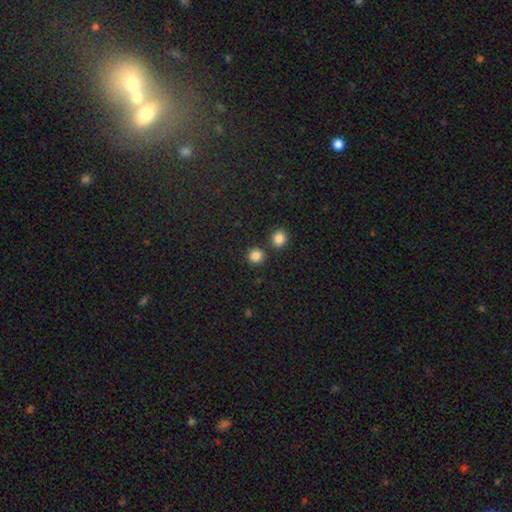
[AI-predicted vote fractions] smooth 85%, star or artifact 12%, featured or disk 4%. Down the decision tree: how rounded — round (89%); merging — none (81%).